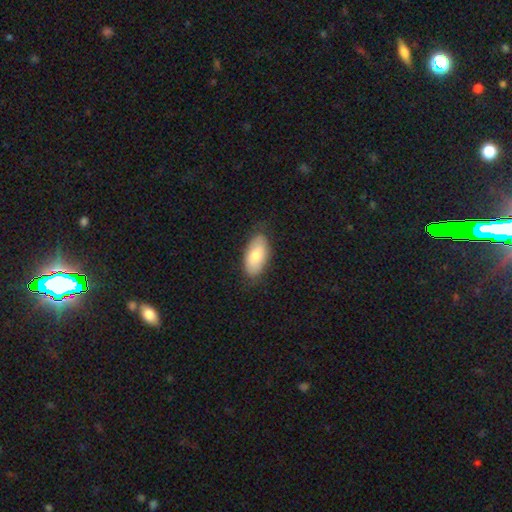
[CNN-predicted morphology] Overall: smooth (74%). How rounded: in between (93%). Merging: none (80%).